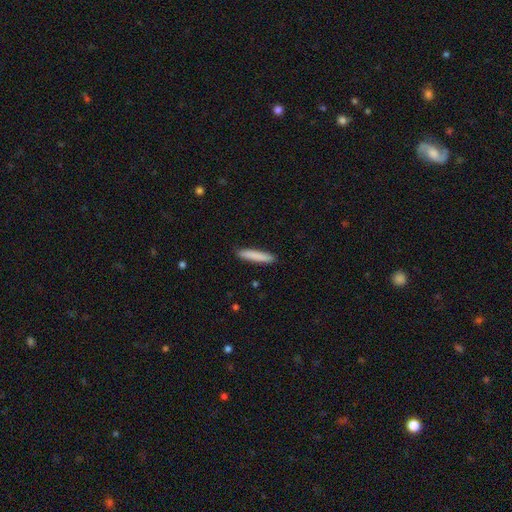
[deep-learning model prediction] Q: Smooth or featured?
A: smooth (85%); runner-up: featured or disk (9%)
Q: How rounded?
A: cigar-shaped (92%); runner-up: in between (7%)
Q: Merging?
A: none (90%); runner-up: minor disturbance (7%)